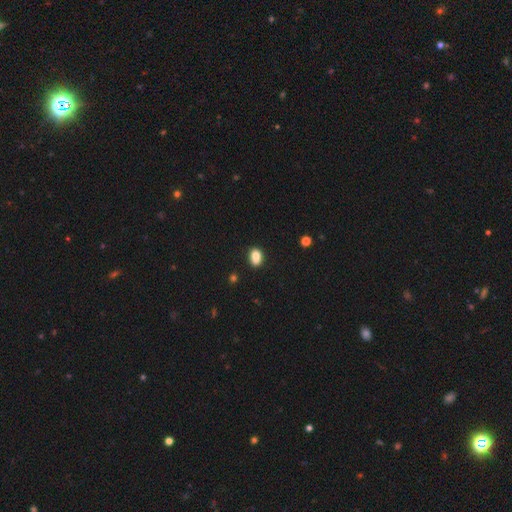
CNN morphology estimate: A smooth galaxy with no disk features (78%) that is in between round and cigar-shaped (61%). Merging: none (48%).